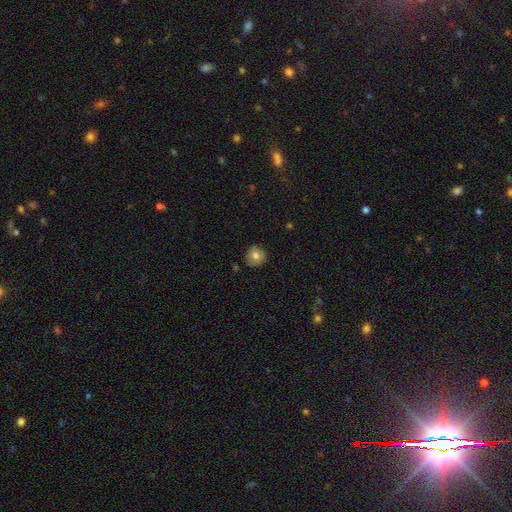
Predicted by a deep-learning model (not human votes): A smooth galaxy with no disk features (76%) that is round (90%).

Vote fractions:
- Smooth or featured? smooth: 76% / featured or disk: 15% / star or artifact: 9%
- How rounded? round: 90% / in between: 9% / cigar-shaped: 1%
- Merging? none: 83% / minor disturbance: 13% / major disturbance: 2% / merger: 1%